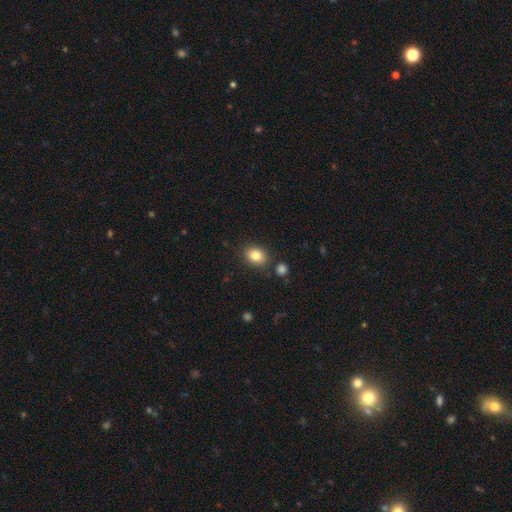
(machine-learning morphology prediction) Smooth or featured?
  - smooth: 83% *
  - star or artifact: 10%
  - featured or disk: 7%
How rounded?
  - in between: 51% *
  - round: 48%
  - cigar-shaped: 1%
Merging?
  - none: 82% *
  - minor disturbance: 10%
  - merger: 5%
  - major disturbance: 3%